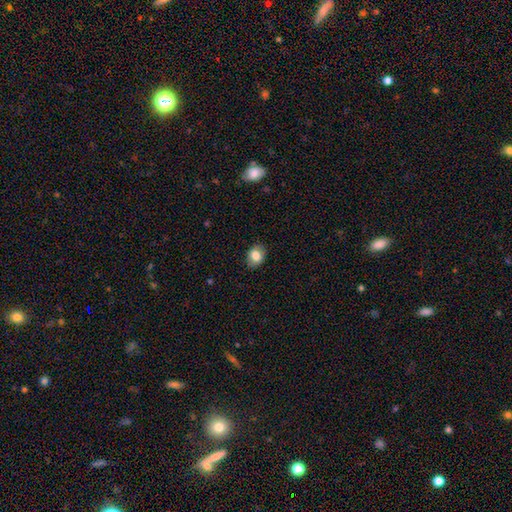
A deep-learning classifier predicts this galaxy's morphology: Smooth or featured? Predicted: smooth (p=0.80). How rounded? Predicted: in between (p=0.65). Merging? Predicted: none (p=0.85).